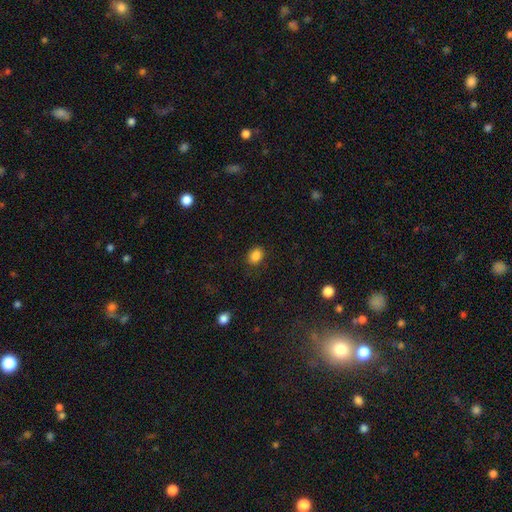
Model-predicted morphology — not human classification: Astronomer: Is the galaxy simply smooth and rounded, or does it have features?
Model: smooth — 86%.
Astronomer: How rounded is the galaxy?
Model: in between — 66%.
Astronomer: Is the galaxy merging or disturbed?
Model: none — 82%.